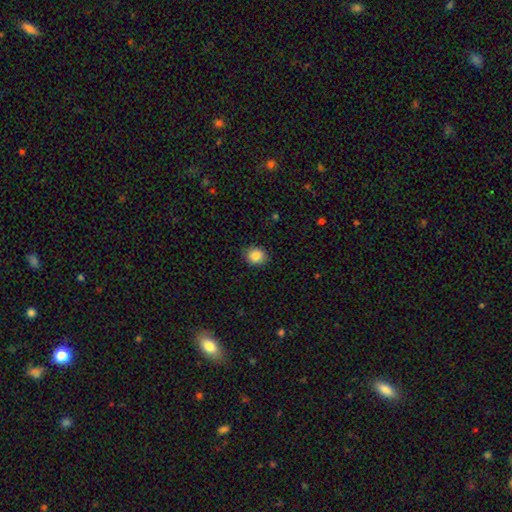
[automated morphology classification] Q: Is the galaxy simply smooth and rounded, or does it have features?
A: smooth — 86%.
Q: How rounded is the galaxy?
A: round — 68%.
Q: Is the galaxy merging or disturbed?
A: none — 87%.